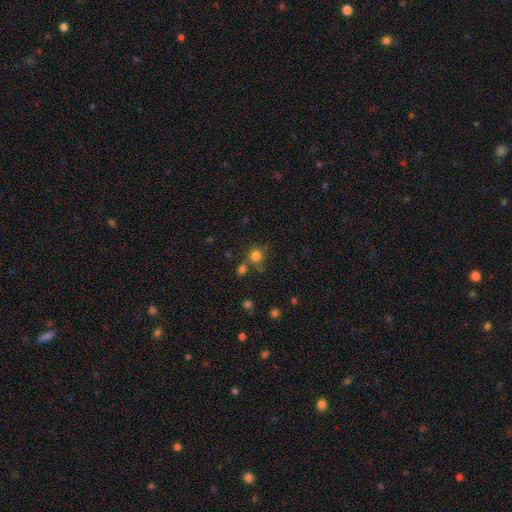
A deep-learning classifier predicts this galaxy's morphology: The model was most divided on "merging": none: 69%, merger: 16%, minor disturbance: 11%, major disturbance: 4%. More confident: how rounded — round (89%); smooth or featured — smooth (80%).